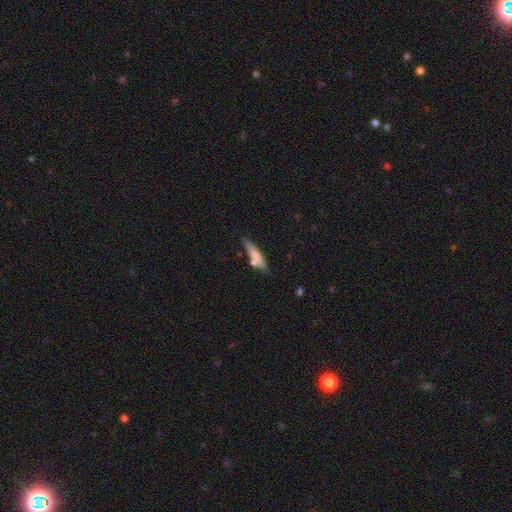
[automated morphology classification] The model was most divided on "smooth or featured": smooth: 70%, featured or disk: 24%, star or artifact: 6%. More confident: how rounded — cigar-shaped (83%); merging — none (70%).